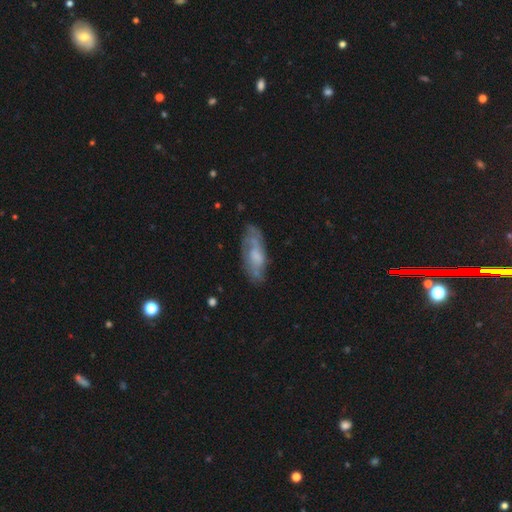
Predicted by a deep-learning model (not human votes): smooth-or-featured: featured or disk: 54% | smooth: 39% | star or artifact: 7%
  disk-edge-on: no: 81% | yes: 19%
  merging: none: 68% | minor disturbance: 22% | major disturbance: 8% | merger: 2%